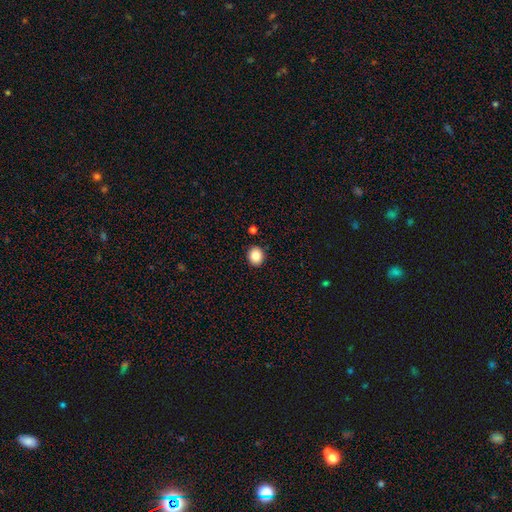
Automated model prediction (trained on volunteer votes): This appears to be a smooth galaxy with no disk features (85%) that is round (69%). Merging: none (90%).